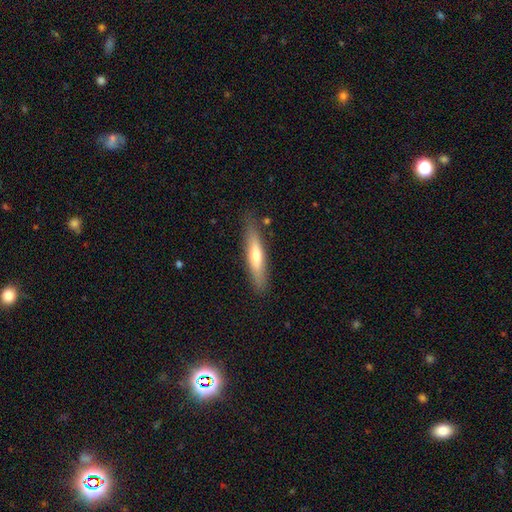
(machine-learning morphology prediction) This appears to be a smooth galaxy with no disk features (54%) that is cigar-shaped (86%). Merging: none (84%).